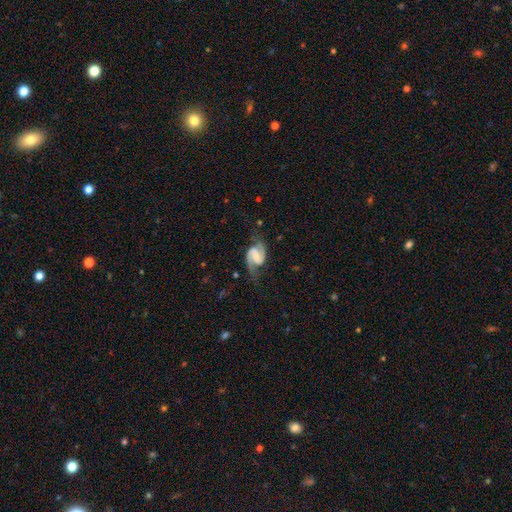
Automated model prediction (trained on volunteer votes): Overall: featured or disk (88%). Edge-on disk: no (98%). Bar: weak (44%; strong 34%). Spiral arms: yes (97%). Spiral arm count: 2 (94%). Spiral winding: medium (51%; loose 32%). Bulge size: none (47%; small 28%). Merging: none (72%).